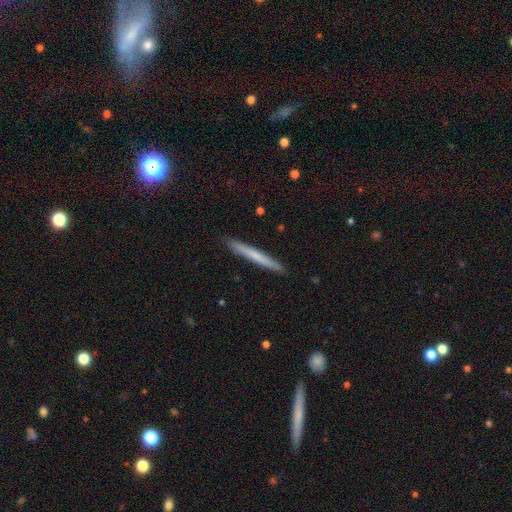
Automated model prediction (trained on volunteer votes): Smooth or featured? Predicted: smooth (p=0.61). How rounded? Predicted: cigar-shaped (p=0.97). Merging? Predicted: none (p=0.91).